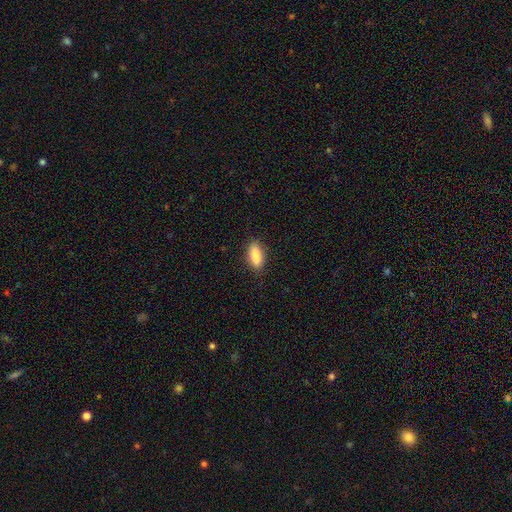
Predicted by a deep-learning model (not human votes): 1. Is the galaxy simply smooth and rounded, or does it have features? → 87% smooth, 6% star or artifact, 6% featured or disk.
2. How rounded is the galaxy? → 84% in between, 13% cigar-shaped, 3% round.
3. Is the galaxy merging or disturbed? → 86% none, 11% minor disturbance, 2% major disturbance, 1% merger.